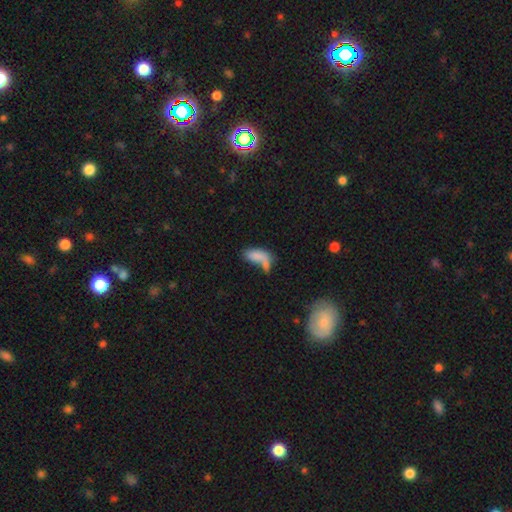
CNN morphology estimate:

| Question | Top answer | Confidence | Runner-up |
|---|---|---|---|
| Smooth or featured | smooth | 74% | featured or disk (17%) |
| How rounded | in between | 81% | cigar-shaped (15%) |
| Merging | merger | 35% | none (28%) |